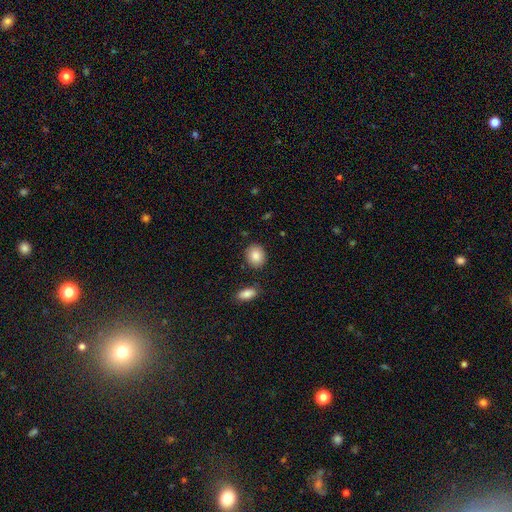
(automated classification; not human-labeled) smooth 87%, star or artifact 7%, featured or disk 6%. Down the decision tree: how rounded — round (59%); merging — none (84%).